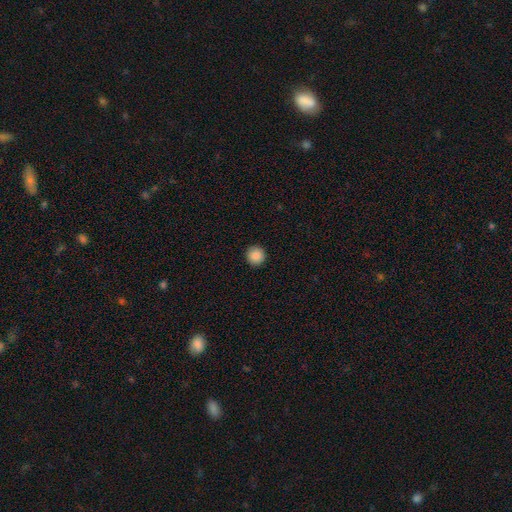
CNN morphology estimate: smooth 88%, star or artifact 9%, featured or disk 3%. Down the decision tree: how rounded — round (95%); merging — none (93%).